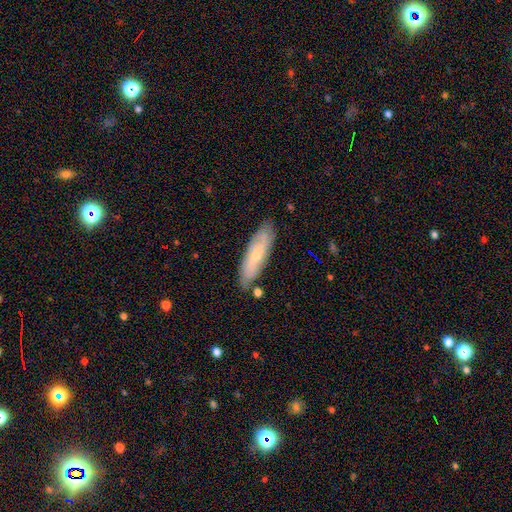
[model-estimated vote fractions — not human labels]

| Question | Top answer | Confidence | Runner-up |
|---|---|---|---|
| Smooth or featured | featured or disk | 50% | smooth (43%) |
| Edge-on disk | no | 70% | yes (30%) |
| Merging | none | 80% | minor disturbance (15%) |